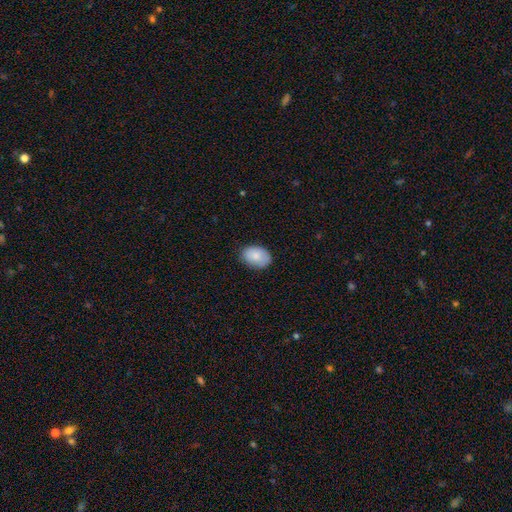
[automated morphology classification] Overall: smooth (85%). How rounded: in between (81%). Merging: none (80%).